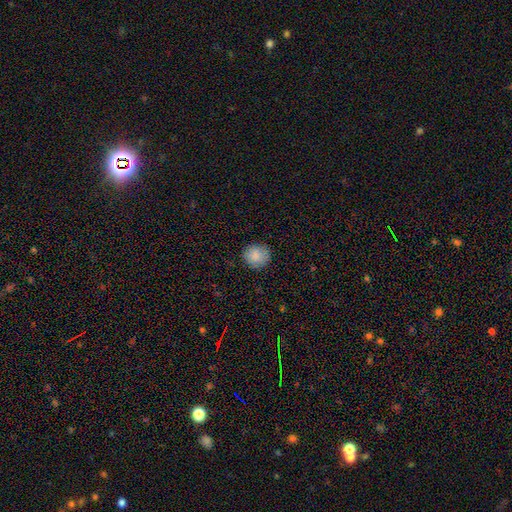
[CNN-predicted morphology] Smooth or featured?
  - smooth: 87% *
  - star or artifact: 8%
  - featured or disk: 5%
How rounded?
  - round: 92% *
  - in between: 7%
  - cigar-shaped: 1%
Merging?
  - none: 88% *
  - minor disturbance: 9%
  - major disturbance: 2%
  - merger: 1%